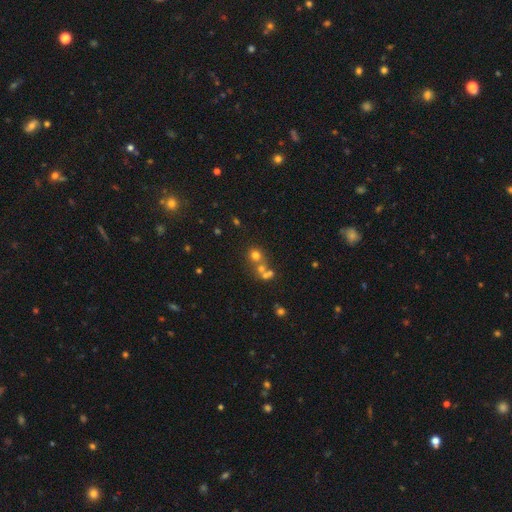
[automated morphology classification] smooth_or_featured: smooth (p=0.66) [alt: star or artifact p=0.20]
how_rounded: round (p=0.84) [alt: in between p=0.15]
merging: none (p=0.52) [alt: merger p=0.35]